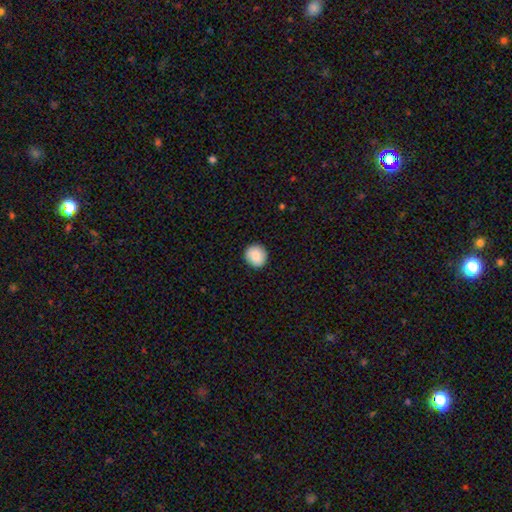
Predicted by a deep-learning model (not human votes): Smooth or featured?
  - smooth: 87% *
  - star or artifact: 7%
  - featured or disk: 5%
How rounded?
  - round: 90% *
  - in between: 9%
  - cigar-shaped: 1%
Merging?
  - none: 91% *
  - minor disturbance: 6%
  - major disturbance: 2%
  - merger: 1%